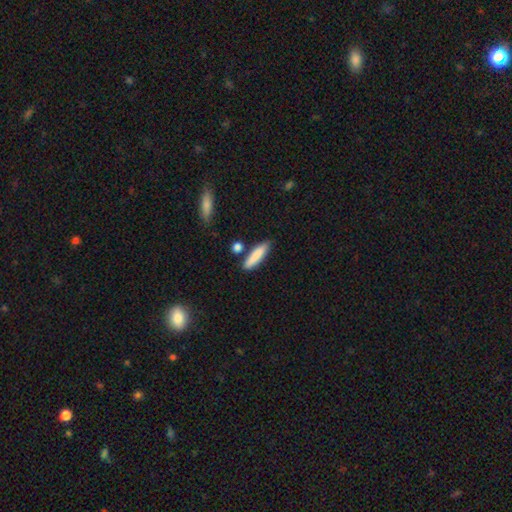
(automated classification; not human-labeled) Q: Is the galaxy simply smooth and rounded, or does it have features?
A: smooth — 85%.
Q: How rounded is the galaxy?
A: cigar-shaped — 72%.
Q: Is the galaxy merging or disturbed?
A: none — 78%.